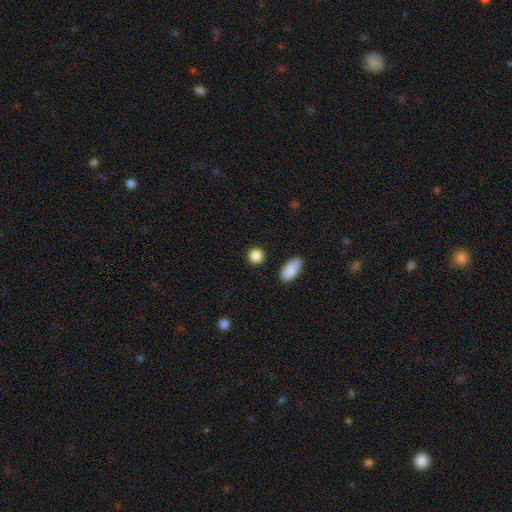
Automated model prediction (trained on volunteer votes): This is clearly a smooth galaxy (88%). How rounded: clearly round (88%). Merging: clearly none (88%).